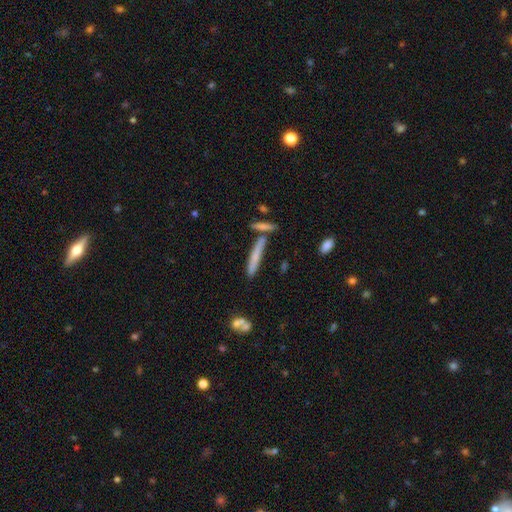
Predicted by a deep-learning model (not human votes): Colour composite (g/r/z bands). It shows a smooth galaxy with no disk features (62%) that is cigar-shaped (92%). Merging: none (72%).